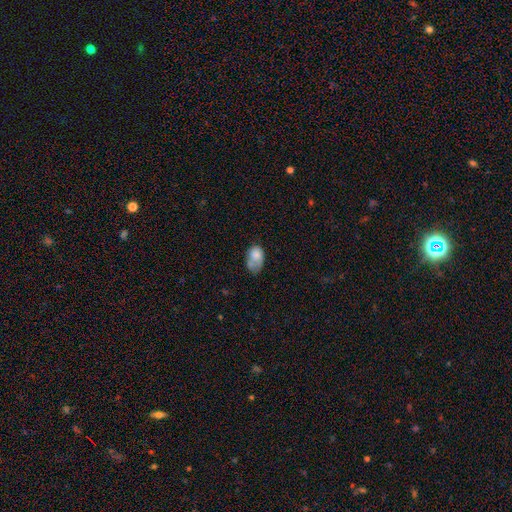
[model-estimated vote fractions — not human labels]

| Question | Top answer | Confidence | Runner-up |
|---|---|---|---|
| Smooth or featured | smooth | 74% | featured or disk (17%) |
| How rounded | in between | 83% | round (16%) |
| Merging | minor disturbance | 32% | none (31%) |